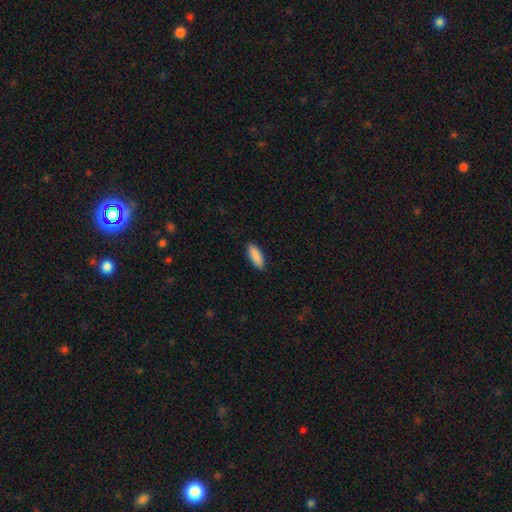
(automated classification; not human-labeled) Smooth or featured? Predicted: smooth (p=0.91). How rounded? Predicted: in between (p=0.69). Merging? Predicted: none (p=0.89).